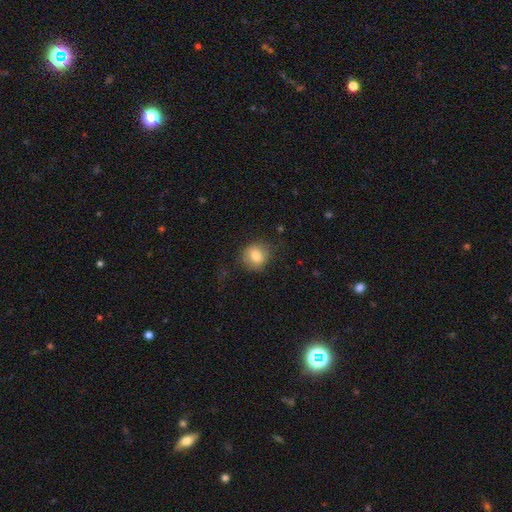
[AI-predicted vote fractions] This appears to be a smooth galaxy with no disk features (80%) that is round (78%). Merging: none (79%).